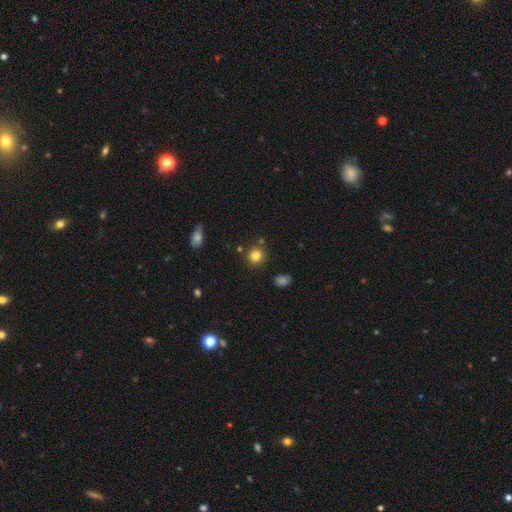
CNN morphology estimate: Smooth or featured?
  - smooth: 82% *
  - star or artifact: 12%
  - featured or disk: 6%
How rounded?
  - round: 89% *
  - in between: 10%
  - cigar-shaped: 1%
Merging?
  - none: 85% *
  - minor disturbance: 8%
  - merger: 5%
  - major disturbance: 2%